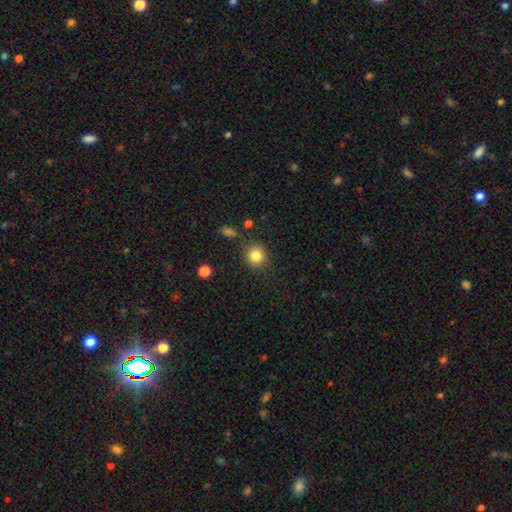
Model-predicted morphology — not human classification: The model was most divided on "smooth or featured": smooth: 83%, star or artifact: 11%, featured or disk: 6%. More confident: how rounded — round (90%); merging — none (87%).